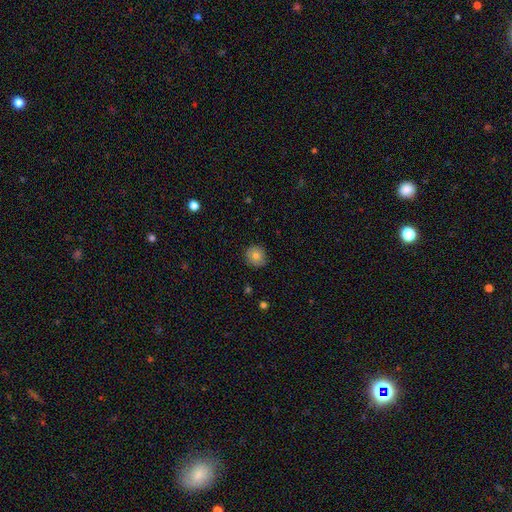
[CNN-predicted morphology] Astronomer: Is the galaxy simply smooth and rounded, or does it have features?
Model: smooth — 78%.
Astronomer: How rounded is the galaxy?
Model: round — 91%.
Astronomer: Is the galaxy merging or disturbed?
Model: none — 86%.